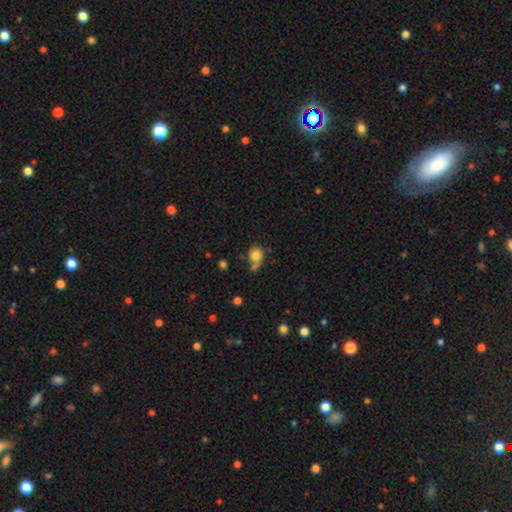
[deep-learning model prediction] Q: Smooth or featured?
A: smooth (79%); runner-up: featured or disk (11%)
Q: How rounded?
A: round (63%); runner-up: in between (36%)
Q: Merging?
A: none (42%); runner-up: merger (25%)